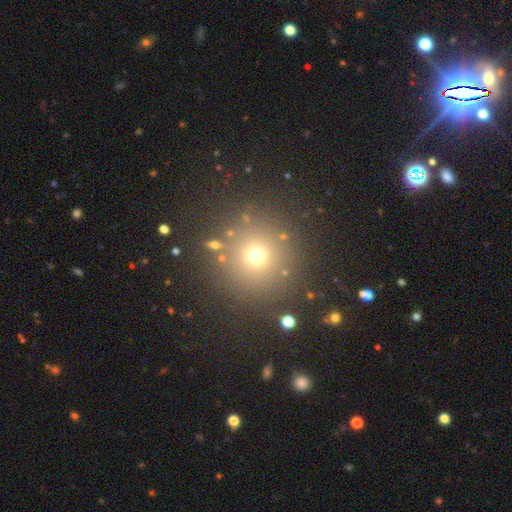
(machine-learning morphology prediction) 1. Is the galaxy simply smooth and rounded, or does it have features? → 66% smooth, 25% star or artifact, 9% featured or disk.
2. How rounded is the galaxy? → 94% round, 5% in between, 1% cigar-shaped.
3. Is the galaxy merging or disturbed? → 84% none, 7% minor disturbance, 5% merger, 4% major disturbance.